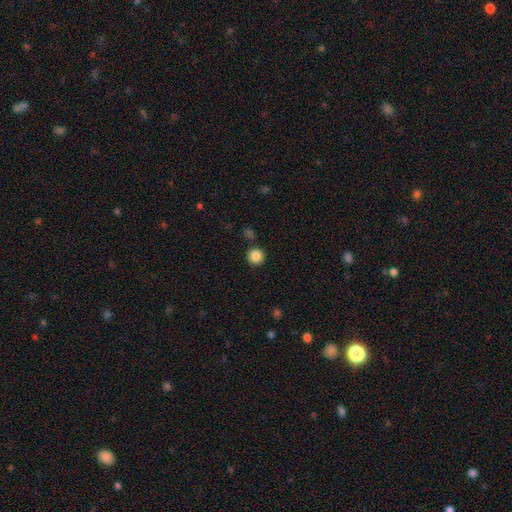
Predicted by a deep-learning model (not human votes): smooth_or_featured: smooth (p=0.86) [alt: star or artifact p=0.10]
how_rounded: round (p=0.95) [alt: in between p=0.04]
merging: none (p=0.88) [alt: minor disturbance p=0.06]